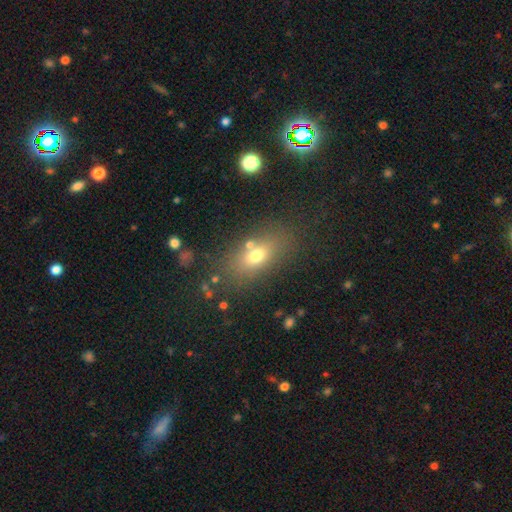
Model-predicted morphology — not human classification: This is likely a smooth galaxy (67%). How rounded: likely in between (75%). Merging: likely none (71%).